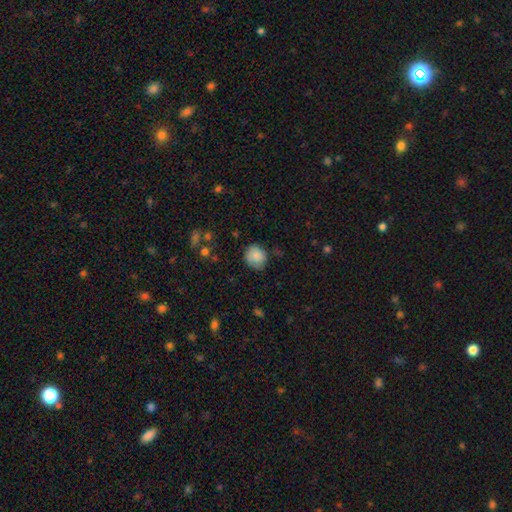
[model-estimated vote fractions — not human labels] A smooth galaxy with no disk features (83%) that is round (79%).

Vote fractions:
- Smooth or featured? smooth: 83% / featured or disk: 9% / star or artifact: 8%
- How rounded? round: 79% / in between: 20% / cigar-shaped: 1%
- Merging? none: 69% / minor disturbance: 24% / major disturbance: 5% / merger: 2%